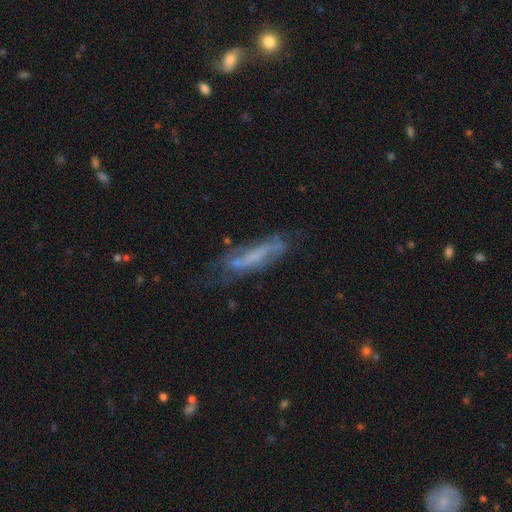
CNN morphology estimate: This is possibly a featured or disk galaxy (54%). It is possibly not viewed edge-on (55%). Merging: possibly none (51%).